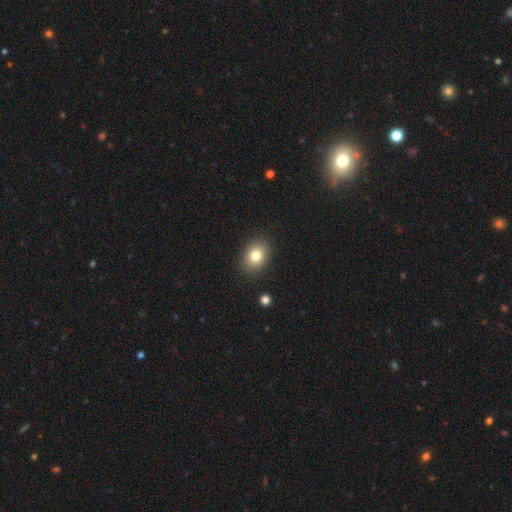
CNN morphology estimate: Smooth or featured? Predicted: smooth (p=0.81). How rounded? Predicted: in between (p=0.69). Merging? Predicted: none (p=0.88).